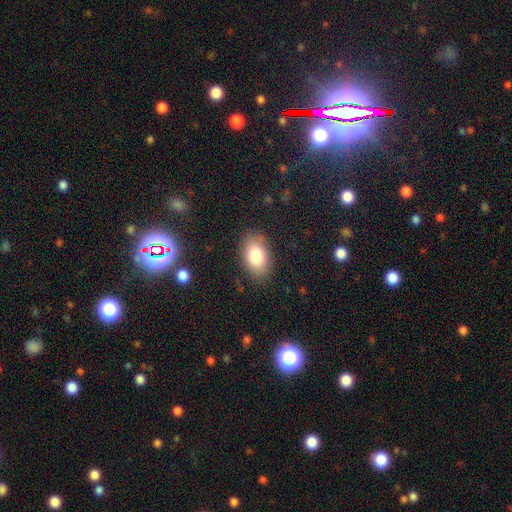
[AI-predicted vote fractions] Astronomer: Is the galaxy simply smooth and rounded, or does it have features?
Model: smooth — 81%.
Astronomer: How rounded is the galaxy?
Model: in between — 89%.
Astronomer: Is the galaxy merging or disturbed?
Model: none — 84%.